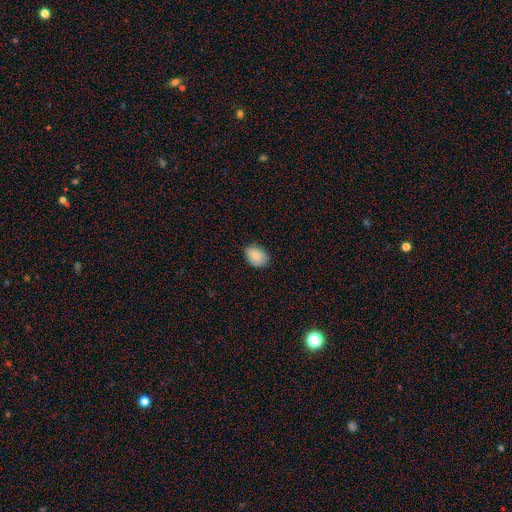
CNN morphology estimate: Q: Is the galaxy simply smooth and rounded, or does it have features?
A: smooth — 87%.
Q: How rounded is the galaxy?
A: in between — 78%.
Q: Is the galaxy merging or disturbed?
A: none — 78%.